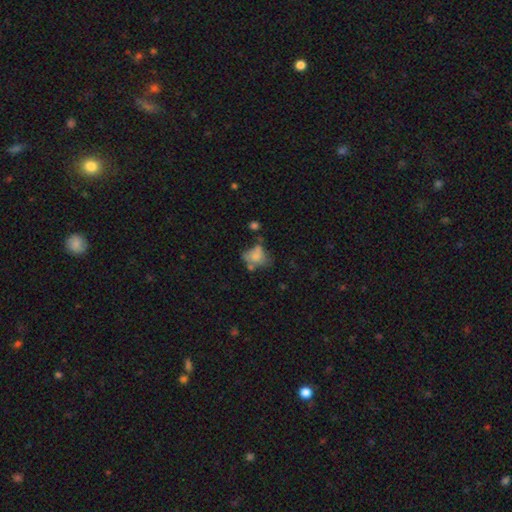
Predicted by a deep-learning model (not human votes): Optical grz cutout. It shows a smooth galaxy with no disk features (65%) that is in between round and cigar-shaped (66%). Merging: none (31%).